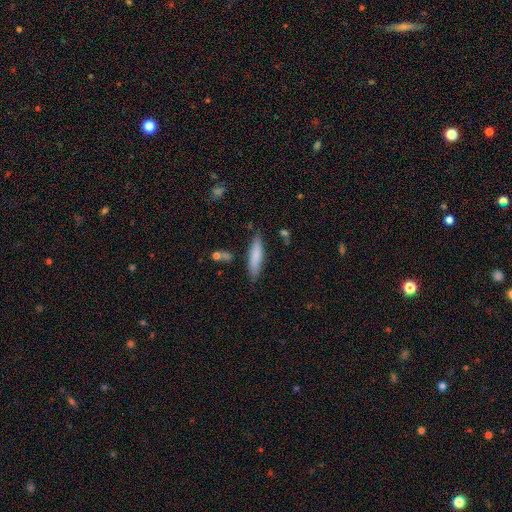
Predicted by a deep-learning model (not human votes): This appears to be a smooth galaxy with no disk features (79%) that is cigar-shaped (75%). Merging: none (80%).